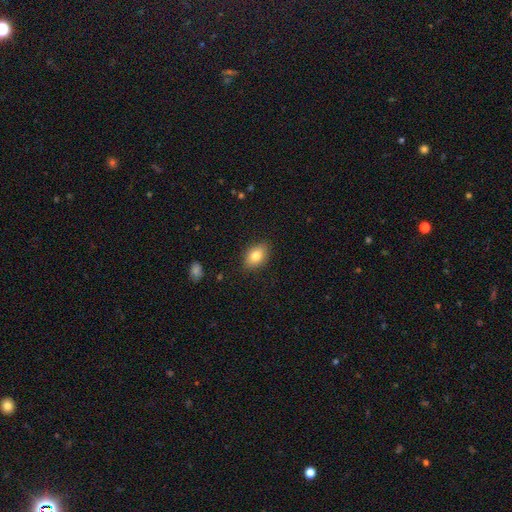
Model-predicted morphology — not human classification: Overall: smooth (81%). How rounded: in between (82%). Merging: none (86%).